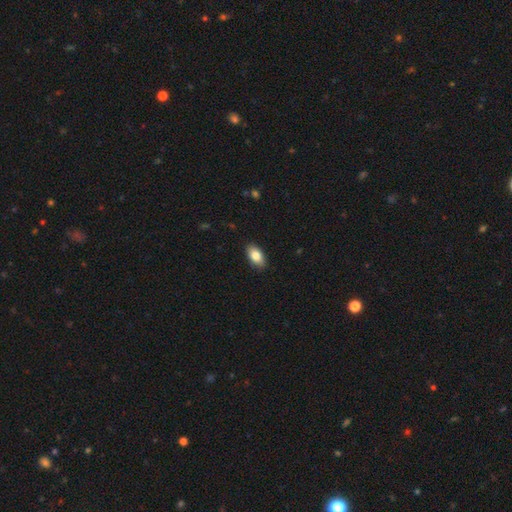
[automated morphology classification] The model was most divided on "smooth or featured": smooth: 82%, featured or disk: 11%, star or artifact: 7%. More confident: how rounded — in between (92%); merging — none (88%).